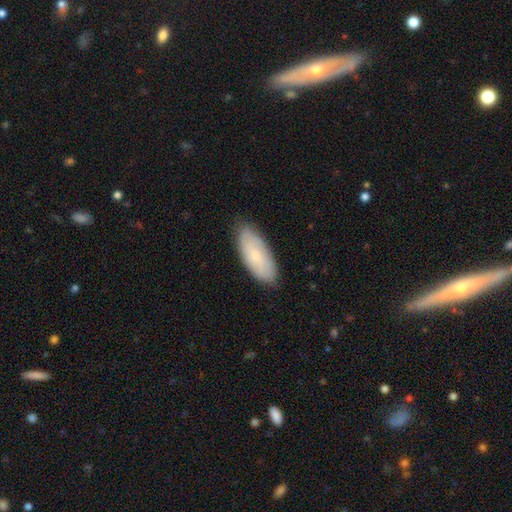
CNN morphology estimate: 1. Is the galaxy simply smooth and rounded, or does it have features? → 71% smooth, 23% featured or disk, 6% star or artifact.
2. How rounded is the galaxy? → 83% in between, 15% cigar-shaped, 2% round.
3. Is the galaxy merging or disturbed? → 82% none, 14% minor disturbance, 2% major disturbance, 1% merger.